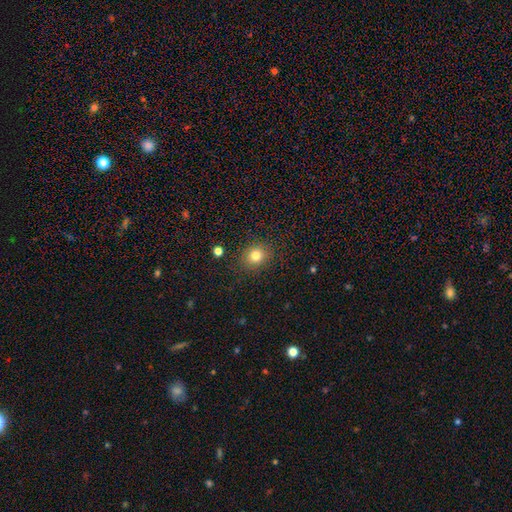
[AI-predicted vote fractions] Smooth or featured: smooth — 80% (star or artifact — 13%)
How rounded: round — 74% (in between — 25%)
Merging: none — 87% (minor disturbance — 9%)